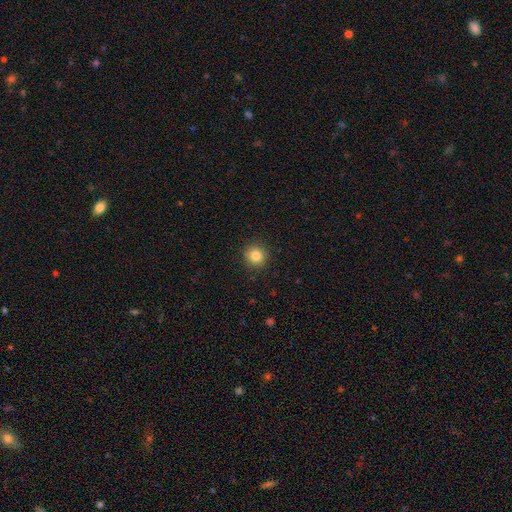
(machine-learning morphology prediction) type=smooth (84%); roundness=round (92%); merging=none (91%).